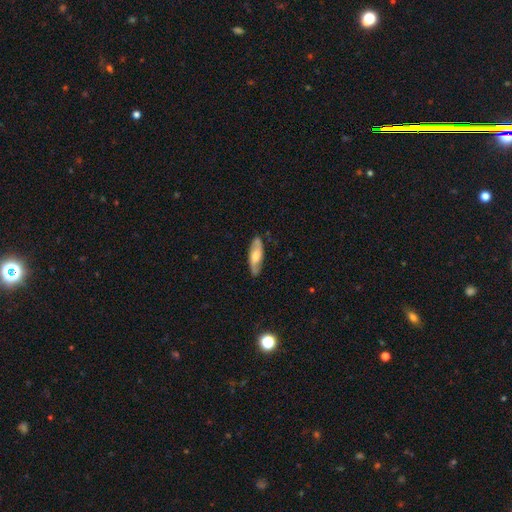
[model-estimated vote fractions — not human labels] featured or disk 48%, smooth 46%, star or artifact 6%. Down the decision tree: merging — none (84%).